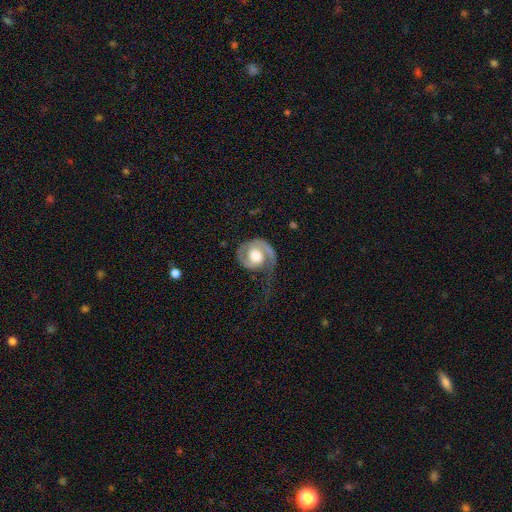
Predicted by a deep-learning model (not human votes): Q: Smooth or featured?
A: featured or disk (83%); runner-up: smooth (12%)
Q: Edge-on disk?
A: no (98%); runner-up: yes (2%)
Q: Bar?
A: no (68%); runner-up: weak (26%)
Q: Spiral arms?
A: yes (95%); runner-up: no (5%)
Q: Spiral winding?
A: tight (40%); runner-up: medium (39%)
Q: Spiral arm count?
A: 1 (54%); runner-up: 2 (40%)
Q: Bulge size?
A: moderate (54%); runner-up: large (35%)
Q: Merging?
A: none (43%); runner-up: major disturbance (33%)